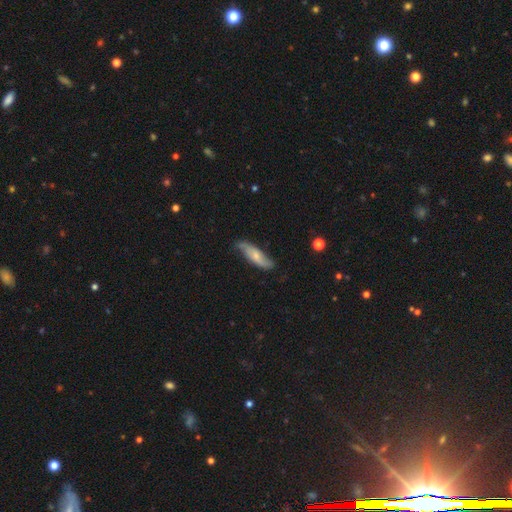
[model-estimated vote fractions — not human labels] Q: Smooth or featured?
A: smooth (47%); tied with: featured or disk (47%)
Q: Merging?
A: none (70%); runner-up: minor disturbance (24%)